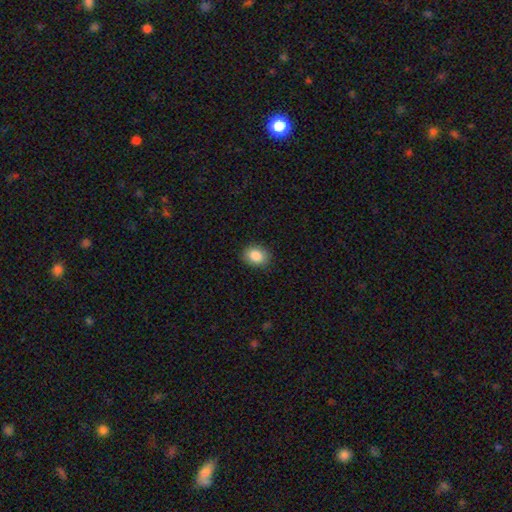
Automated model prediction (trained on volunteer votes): A smooth galaxy with no disk features (86%) that is in between round and cigar-shaped (51%). Merging: none (89%).